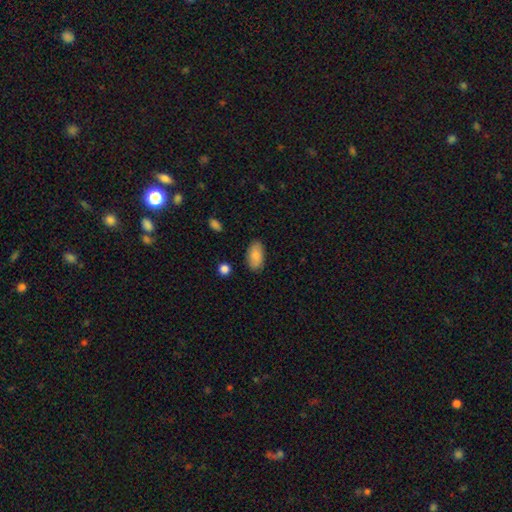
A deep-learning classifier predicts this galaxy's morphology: smooth_or_featured: smooth (p=0.83) [alt: featured or disk p=0.10]
how_rounded: in between (p=0.94) [alt: round p=0.04]
merging: none (p=0.85) [alt: minor disturbance p=0.11]